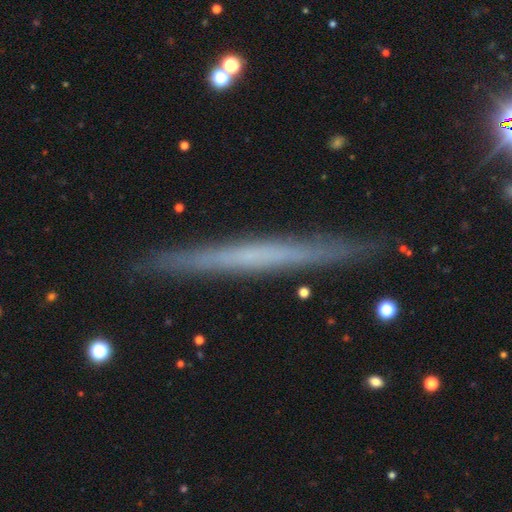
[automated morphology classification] Smooth or featured?
  - featured or disk: 60% *
  - smooth: 32%
  - star or artifact: 9%
Edge-on disk?
  - yes: 97% *
  - no: 3%
Edge-on bulge?
  - none: 89% *
  - rounded: 7%
  - boxy: 4%
Merging?
  - none: 90% *
  - minor disturbance: 8%
  - major disturbance: 1%
  - merger: 1%